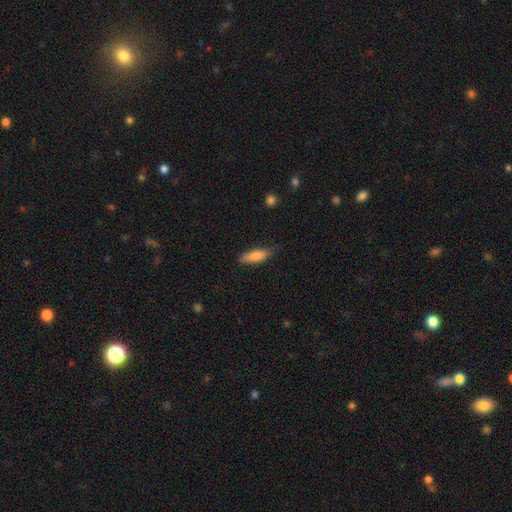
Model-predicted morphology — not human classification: A smooth galaxy with no disk features (80%) that is cigar-shaped (56%). Merging: none (74%).